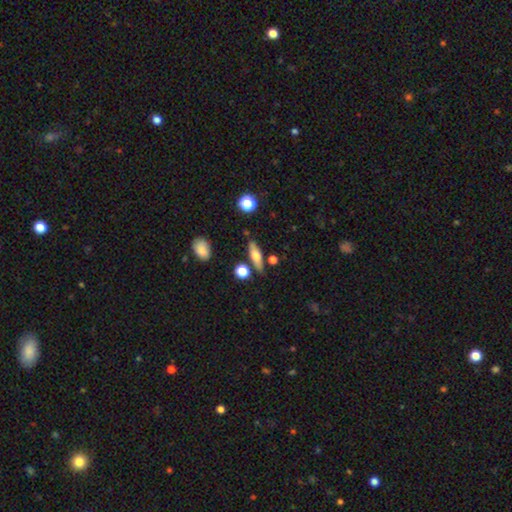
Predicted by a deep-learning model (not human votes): smooth_or_featured: smooth (p=0.57) [alt: featured or disk p=0.35]
how_rounded: cigar-shaped (p=0.53) [alt: in between p=0.41]
merging: none (p=0.76) [alt: minor disturbance p=0.13]